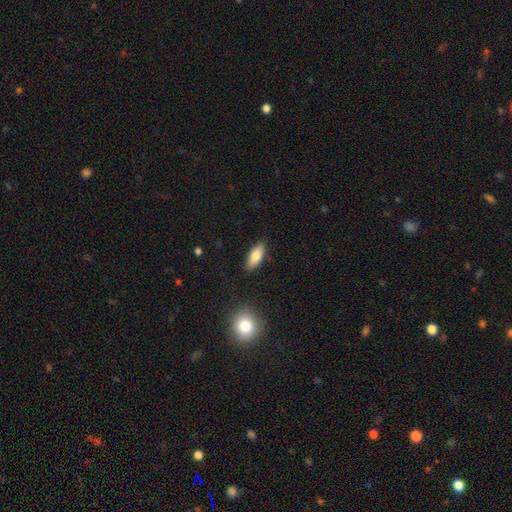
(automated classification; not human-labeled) Q: Smooth or featured?
A: smooth (80%); runner-up: featured or disk (13%)
Q: How rounded?
A: in between (76%); runner-up: cigar-shaped (22%)
Q: Merging?
A: none (86%); runner-up: minor disturbance (10%)